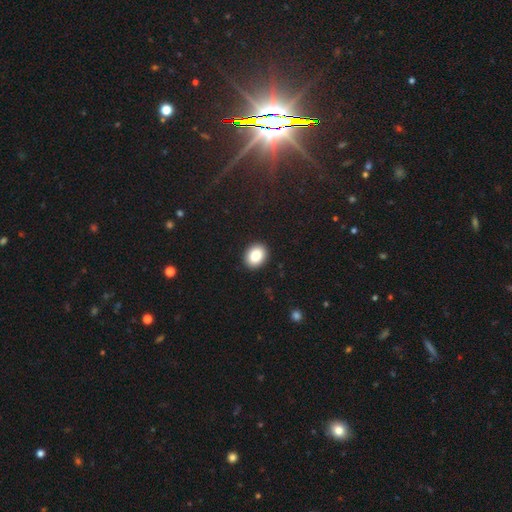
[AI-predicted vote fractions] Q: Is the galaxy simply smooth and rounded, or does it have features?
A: smooth — 87%.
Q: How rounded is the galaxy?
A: in between — 60%.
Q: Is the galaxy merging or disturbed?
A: none — 91%.